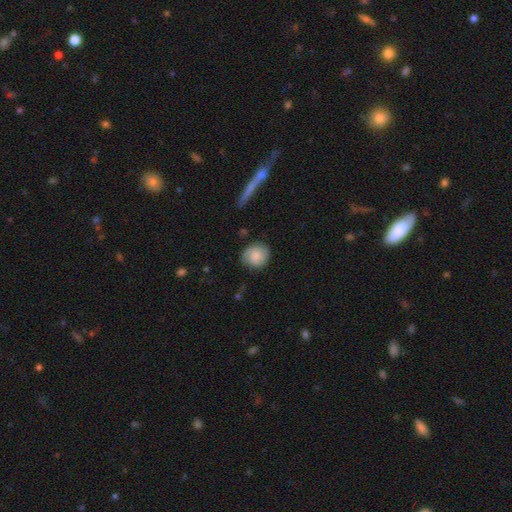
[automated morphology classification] Smooth or featured? Predicted: smooth (p=0.68). How rounded? Predicted: round (p=0.82). Merging? Predicted: none (p=0.78).